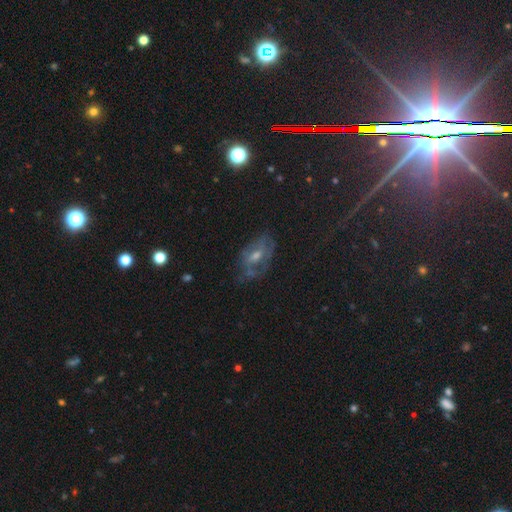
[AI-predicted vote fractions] Smooth or featured? Predicted: featured or disk (p=0.56). Edge-on disk? Predicted: no (p=0.91). Bar? Predicted: no (p=0.51). Spiral arms? Predicted: yes (p=0.61). Bulge size? Predicted: moderate (p=0.53). Merging? Predicted: none (p=0.60).